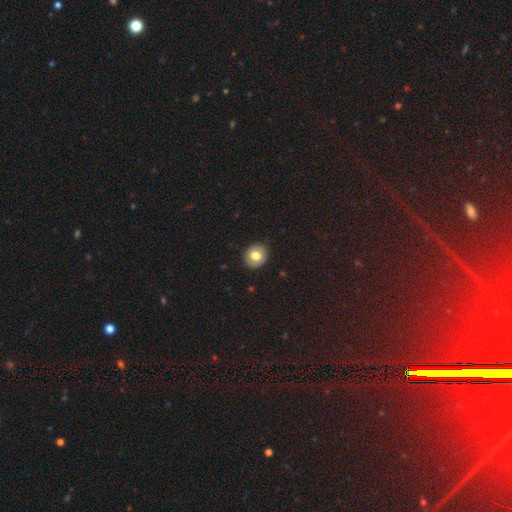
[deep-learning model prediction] A smooth galaxy with no disk features (73%) that is round (77%). Merging: none (86%).